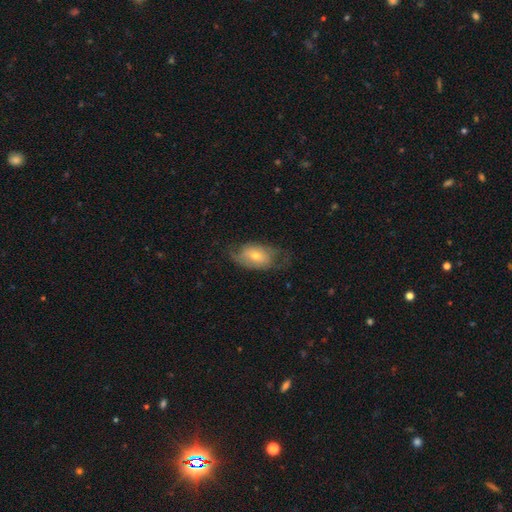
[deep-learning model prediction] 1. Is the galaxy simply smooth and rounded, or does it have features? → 47% featured or disk, 45% smooth, 8% star or artifact.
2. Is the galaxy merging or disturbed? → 54% none, 27% minor disturbance, 18% major disturbance, 1% merger.